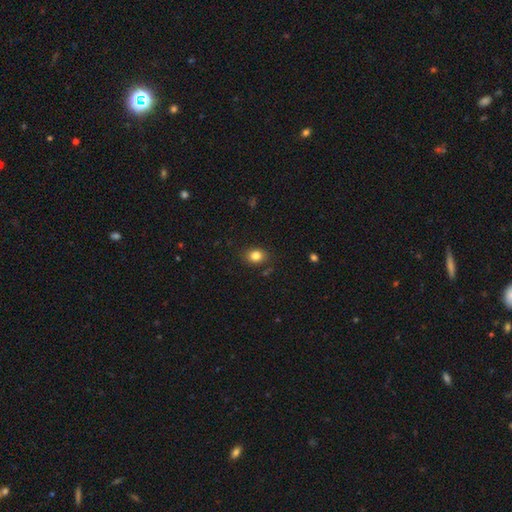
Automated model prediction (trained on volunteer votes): Q: Smooth or featured?
A: smooth (82%); runner-up: star or artifact (11%)
Q: How rounded?
A: in between (51%); runner-up: round (48%)
Q: Merging?
A: none (85%); runner-up: minor disturbance (11%)